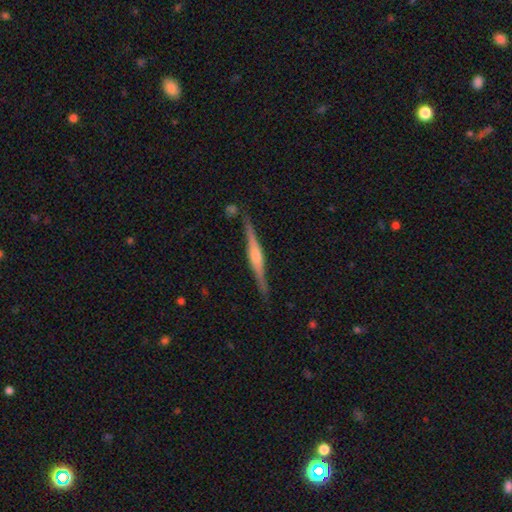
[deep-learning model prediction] The model was most divided on "edge-on bulge": rounded: 76%, boxy: 17%, none: 7%. More confident: edge-on disk — yes (98%); merging — none (87%); smooth or featured — featured or disk (81%).